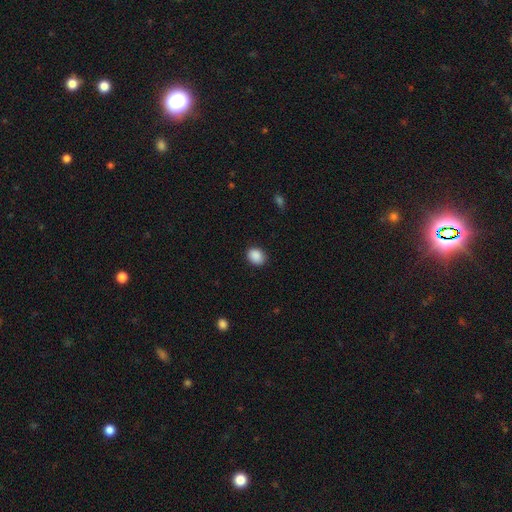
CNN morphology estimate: smooth 89%, star or artifact 8%, featured or disk 3%. Down the decision tree: how rounded — in between (51%); merging — none (88%).